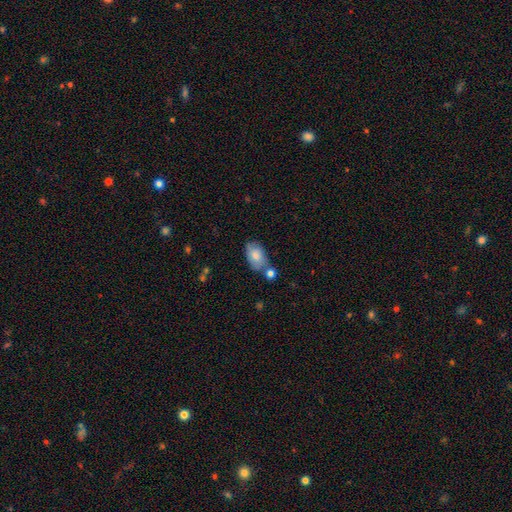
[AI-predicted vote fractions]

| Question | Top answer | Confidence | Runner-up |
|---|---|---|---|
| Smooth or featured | smooth | 78% | featured or disk (16%) |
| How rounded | in between | 92% | round (6%) |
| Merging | none | 58% | minor disturbance (20%) |